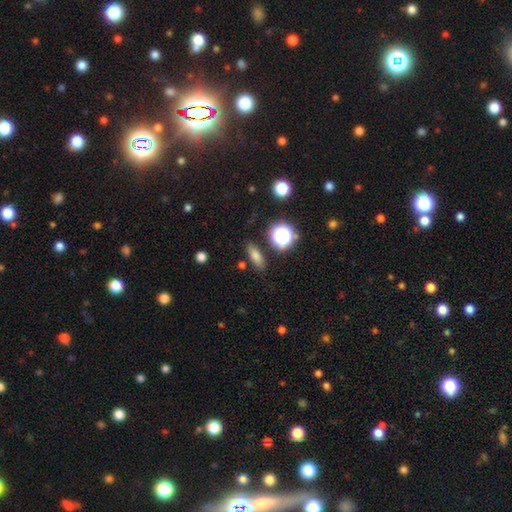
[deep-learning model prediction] Smooth or featured? Predicted: smooth (p=0.75). How rounded? Predicted: in between (p=0.60). Merging? Predicted: none (p=0.85).